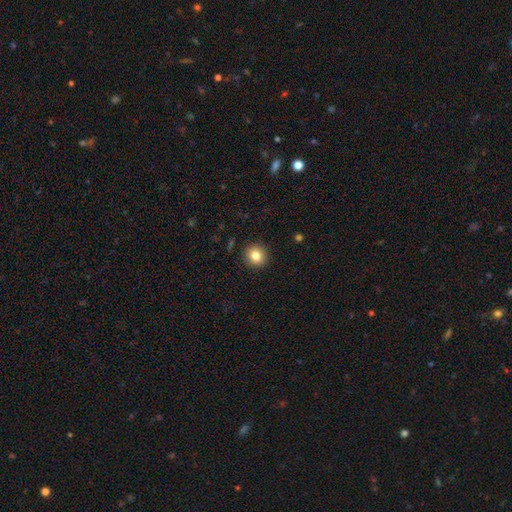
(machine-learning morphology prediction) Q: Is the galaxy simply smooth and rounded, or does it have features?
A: smooth — 83%.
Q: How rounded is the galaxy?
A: round — 85%.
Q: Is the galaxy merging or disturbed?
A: none — 91%.